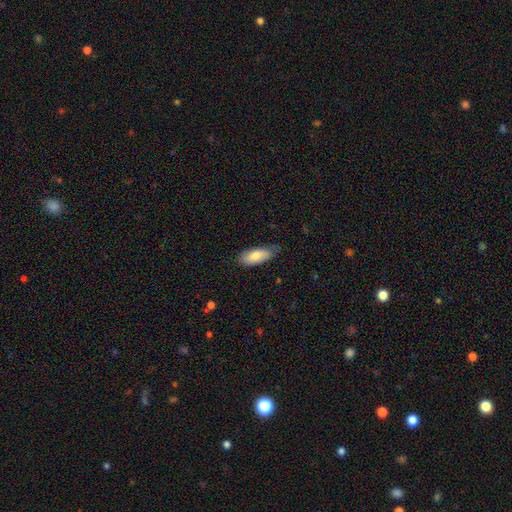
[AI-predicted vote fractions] A smooth galaxy with no disk features (81%) that is in between round and cigar-shaped (81%). Merging: none (72%).